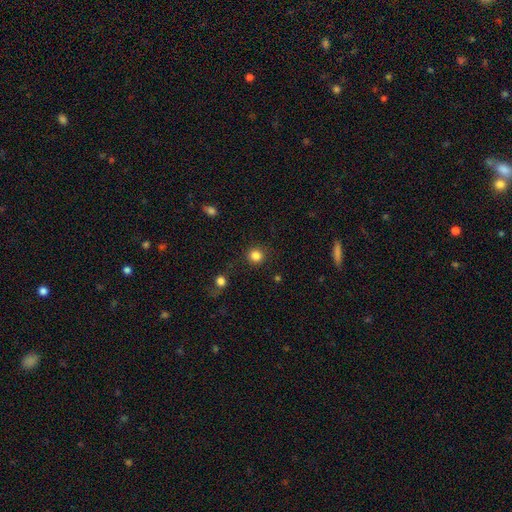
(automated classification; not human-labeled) A smooth galaxy with no disk features (84%) that is round (93%). Merging: none (88%).